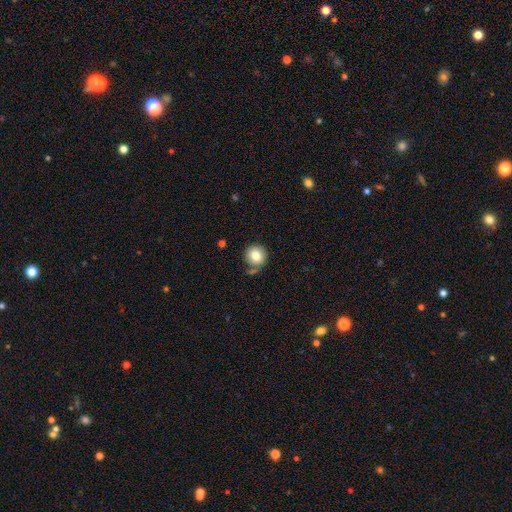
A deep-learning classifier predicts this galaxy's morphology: Smooth or featured? Predicted: smooth (p=0.80). How rounded? Predicted: round (p=0.93). Merging? Predicted: none (p=0.74).